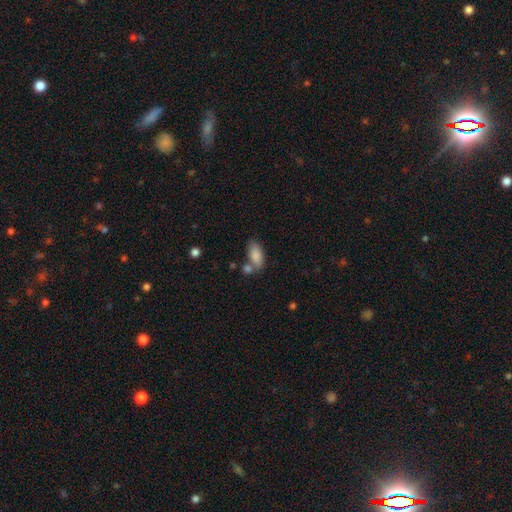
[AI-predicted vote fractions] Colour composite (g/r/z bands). It shows a smooth galaxy with no disk features (85%) that is in between round and cigar-shaped (90%). Merging: none (53%).